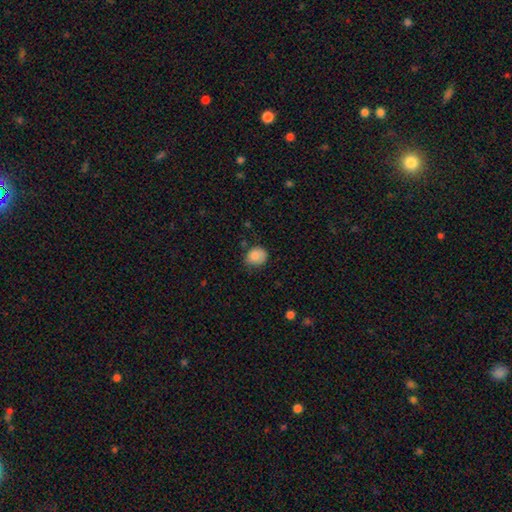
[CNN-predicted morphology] smooth 84%, star or artifact 9%, featured or disk 7%. Down the decision tree: how rounded — round (66%); merging — none (63%).